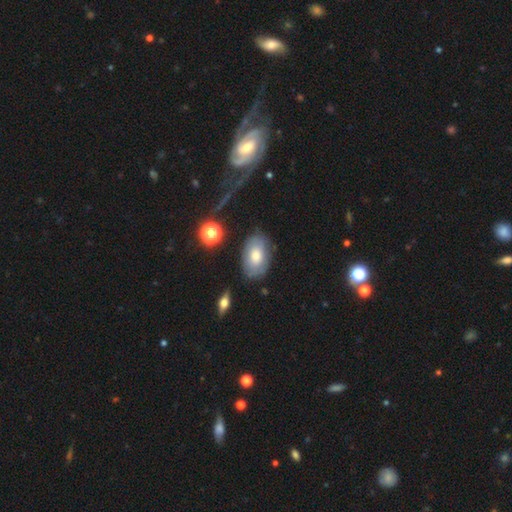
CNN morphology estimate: Smooth or featured: smooth — 62% (featured or disk — 30%)
How rounded: in between — 90% (round — 9%)
Merging: none — 74% (minor disturbance — 18%)